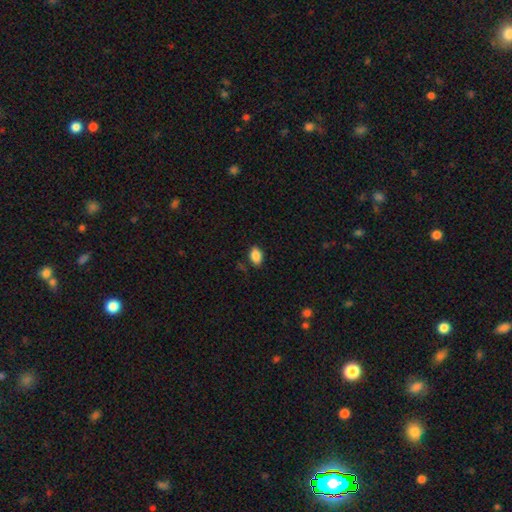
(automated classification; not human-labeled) Smooth or featured? Predicted: smooth (p=0.88). How rounded? Predicted: in between (p=0.87). Merging? Predicted: none (p=0.83).